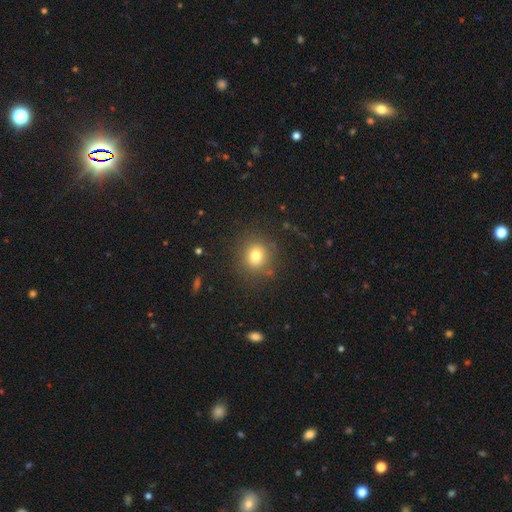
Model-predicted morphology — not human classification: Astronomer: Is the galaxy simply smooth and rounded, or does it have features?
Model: smooth — 76%.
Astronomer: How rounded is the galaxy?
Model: round — 85%.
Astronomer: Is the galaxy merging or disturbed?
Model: none — 85%.